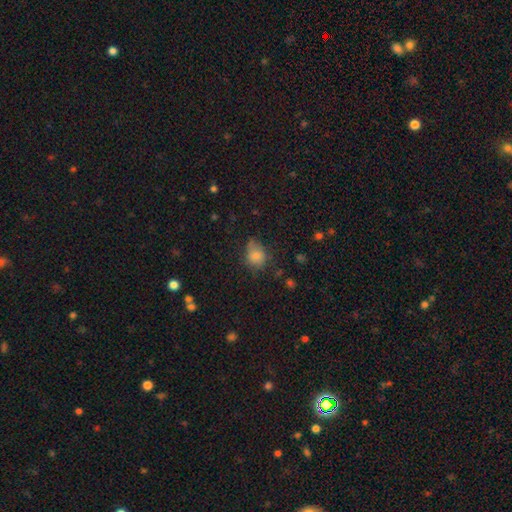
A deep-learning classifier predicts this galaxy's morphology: Overall: smooth (74%). How rounded: round (56%; in between 43%). Merging: none (56%; minor disturbance 31%).